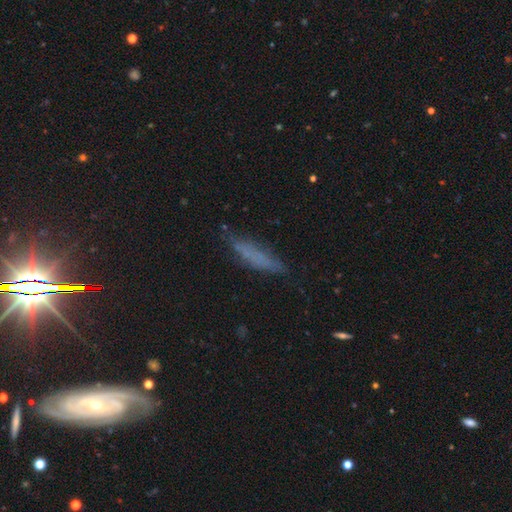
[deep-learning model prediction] smooth-or-featured: smooth: 58% | featured or disk: 26% | star or artifact: 16%
  how-rounded: cigar-shaped: 77% | in between: 21% | round: 2%
  merging: none: 68% | minor disturbance: 22% | major disturbance: 8% | merger: 2%